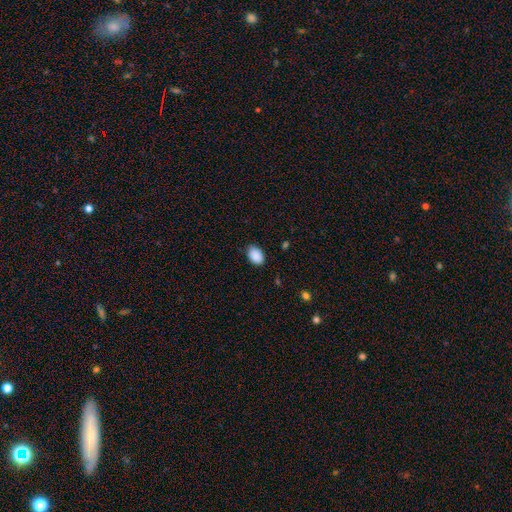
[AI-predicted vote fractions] This is clearly a smooth galaxy (90%). How rounded: clearly in between (84%). Merging: clearly none (82%).